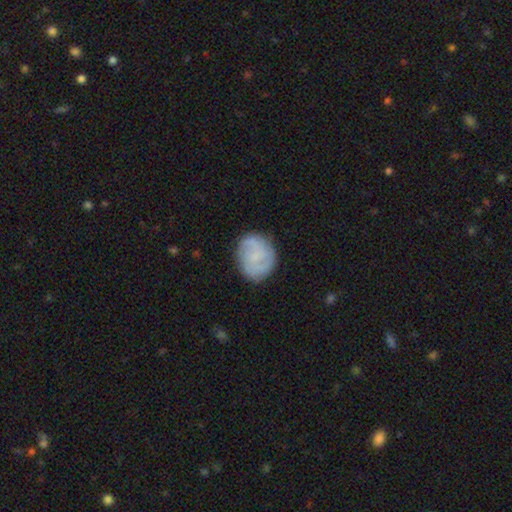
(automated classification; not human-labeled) Smooth or featured?
  - featured or disk: 48% *
  - smooth: 45%
  - star or artifact: 7%
Merging?
  - none: 79% *
  - minor disturbance: 15%
  - major disturbance: 5%
  - merger: 1%